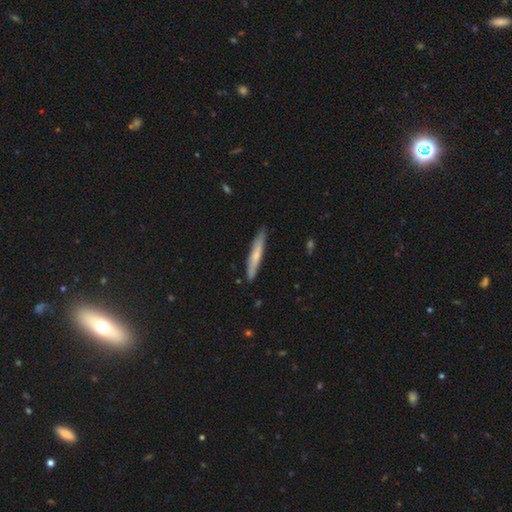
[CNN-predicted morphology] smooth 61%, featured or disk 34%, star or artifact 5%. Down the decision tree: how rounded — cigar-shaped (93%); merging — none (86%).